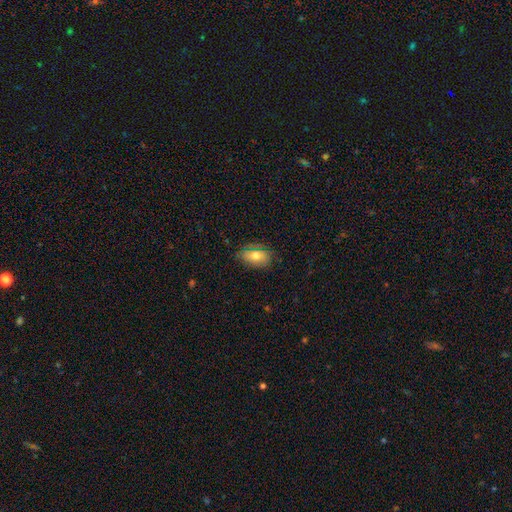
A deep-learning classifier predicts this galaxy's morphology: type=smooth (70%); roundness=in between (86%); merging=none (75%).